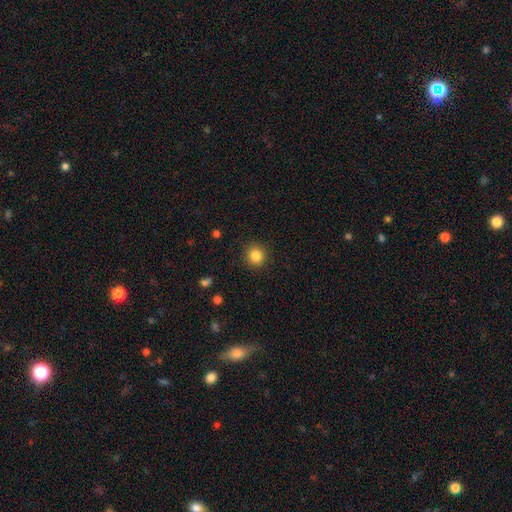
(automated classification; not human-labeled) Smooth or featured? smooth (84%)
How rounded? round (92%)
Merging? none (91%)